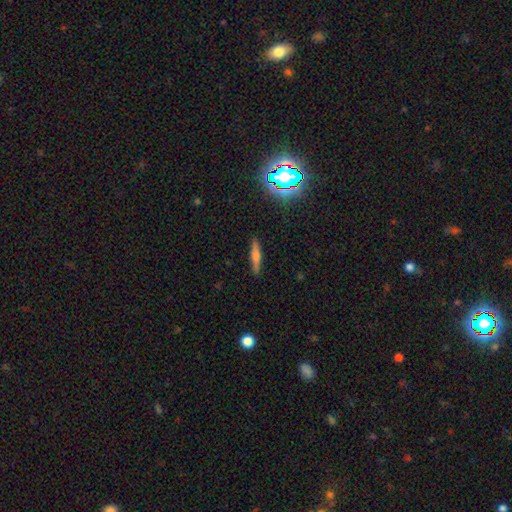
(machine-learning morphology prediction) Smooth or featured: smooth — 46% (featured or disk — 41%)
Merging: none — 89% (minor disturbance — 8%)